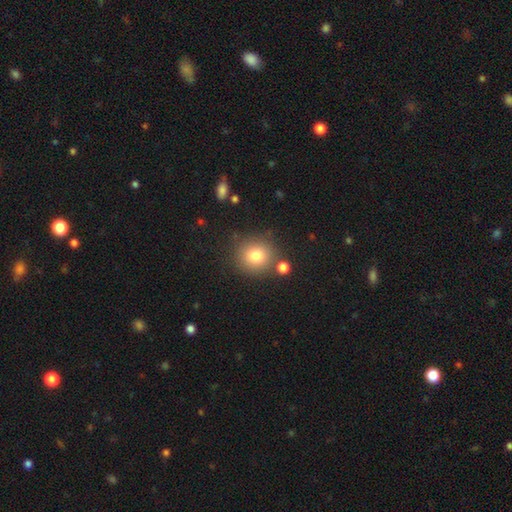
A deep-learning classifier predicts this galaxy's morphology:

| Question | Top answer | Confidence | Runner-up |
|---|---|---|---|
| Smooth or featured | smooth | 78% | star or artifact (12%) |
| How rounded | round | 88% | in between (11%) |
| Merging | none | 79% | minor disturbance (10%) |